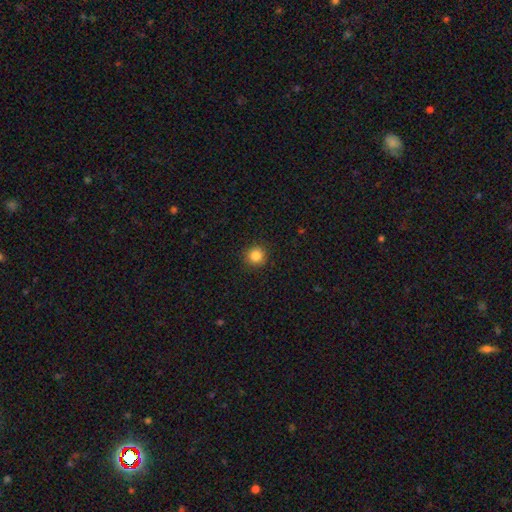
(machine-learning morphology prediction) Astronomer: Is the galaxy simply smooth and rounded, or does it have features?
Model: smooth — 85%.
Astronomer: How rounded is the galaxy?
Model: round — 93%.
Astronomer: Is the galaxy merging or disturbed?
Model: none — 91%.